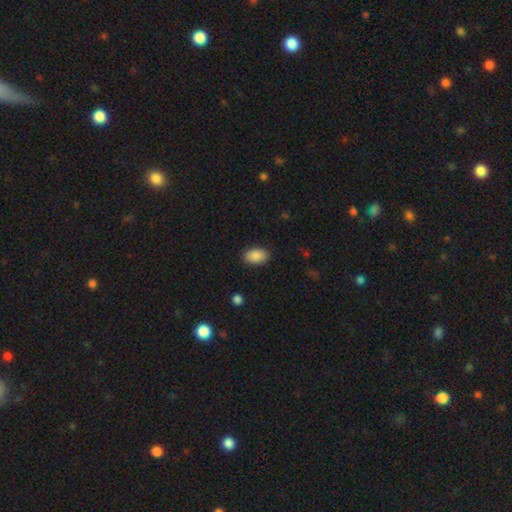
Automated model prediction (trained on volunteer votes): Q: Smooth or featured?
A: smooth (89%); runner-up: star or artifact (7%)
Q: How rounded?
A: in between (90%); runner-up: round (8%)
Q: Merging?
A: none (88%); runner-up: minor disturbance (9%)